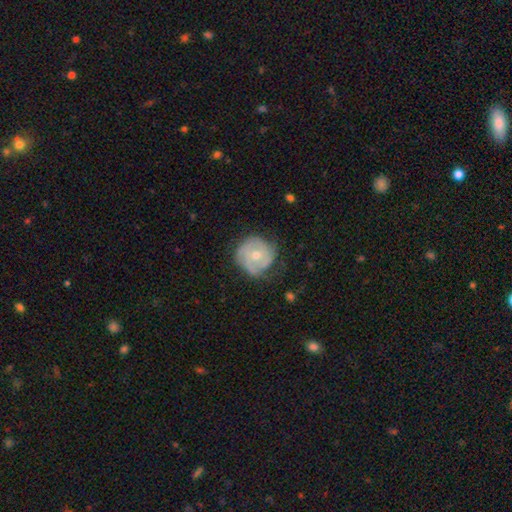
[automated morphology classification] Overall: featured or disk (58%; smooth 35%). Edge-on disk: no (97%). Bar: no (81%). Spiral arms: yes (75%). Bulge size: moderate (53%; small 44%). Merging: none (62%; minor disturbance 27%).